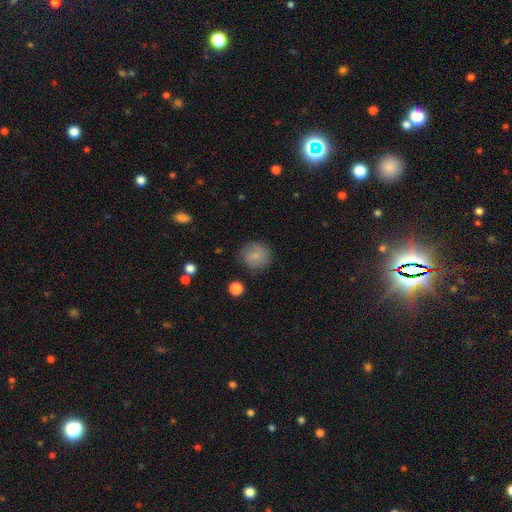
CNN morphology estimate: This is likely a smooth galaxy (78%). How rounded: clearly round (91%). Merging: clearly none (80%).